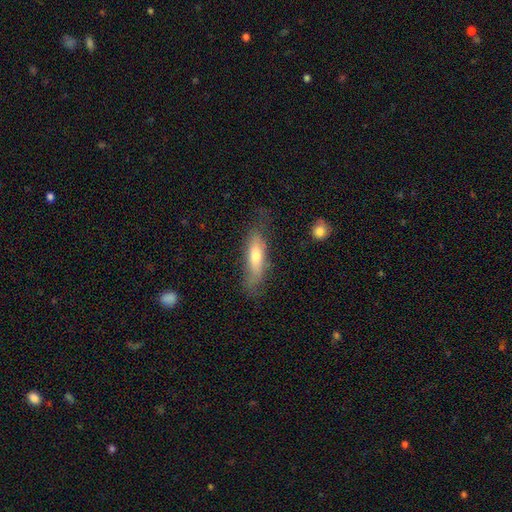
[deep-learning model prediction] Q: Smooth or featured?
A: smooth (56%); runner-up: featured or disk (37%)
Q: How rounded?
A: cigar-shaped (65%); runner-up: in between (33%)
Q: Merging?
A: none (66%); runner-up: minor disturbance (23%)